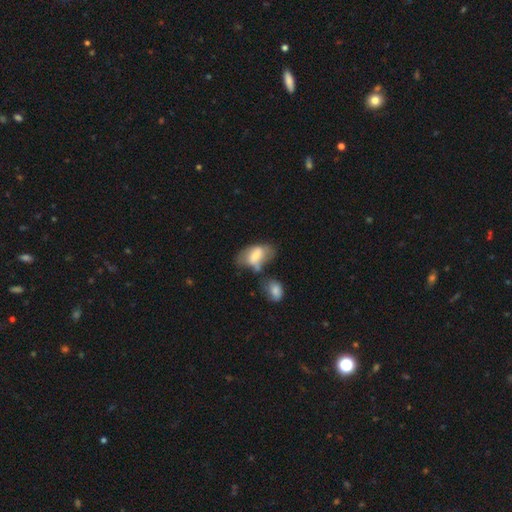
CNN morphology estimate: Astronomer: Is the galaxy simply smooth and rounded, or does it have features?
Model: smooth — 62%.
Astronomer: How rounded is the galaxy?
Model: in between — 90%.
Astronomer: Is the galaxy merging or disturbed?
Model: none — 35% (runner-up: minor disturbance, 26%).